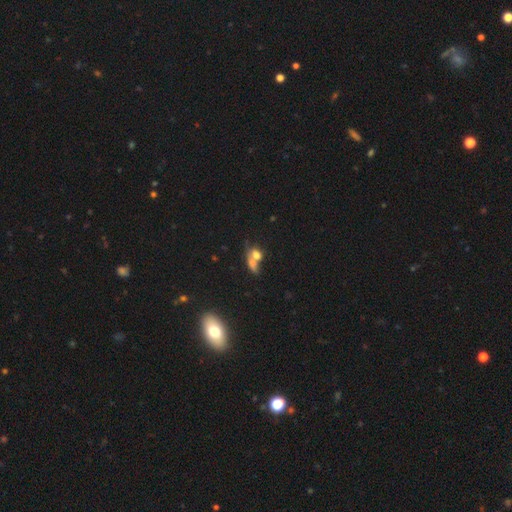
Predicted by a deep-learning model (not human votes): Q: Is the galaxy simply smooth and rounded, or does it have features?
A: smooth — 65%.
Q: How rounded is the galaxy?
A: in between — 61%.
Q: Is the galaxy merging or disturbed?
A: merger — 58%.